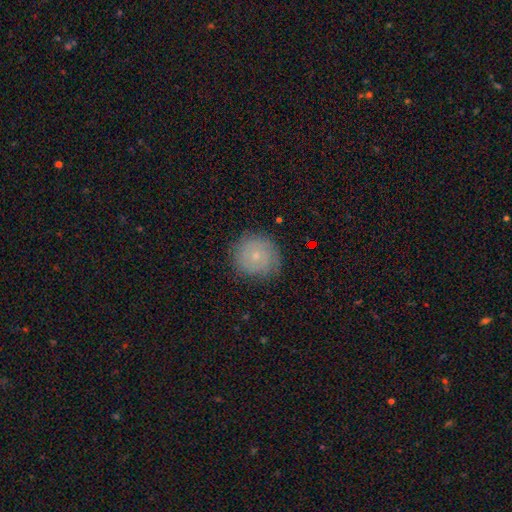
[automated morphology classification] Smooth or featured?
  - smooth: 47% *
  - featured or disk: 44%
  - star or artifact: 10%
Merging?
  - none: 80% *
  - minor disturbance: 15%
  - major disturbance: 4%
  - merger: 1%